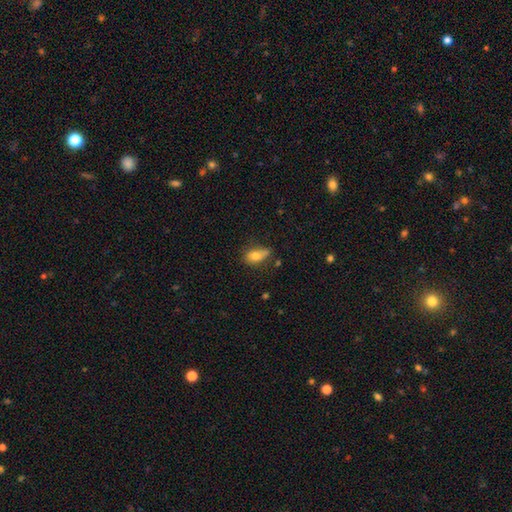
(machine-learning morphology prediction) smooth_or_featured: smooth (p=0.74) [alt: featured or disk p=0.17]
how_rounded: in between (p=0.77) [alt: round p=0.16]
merging: none (p=0.44) [alt: minor disturbance p=0.33]